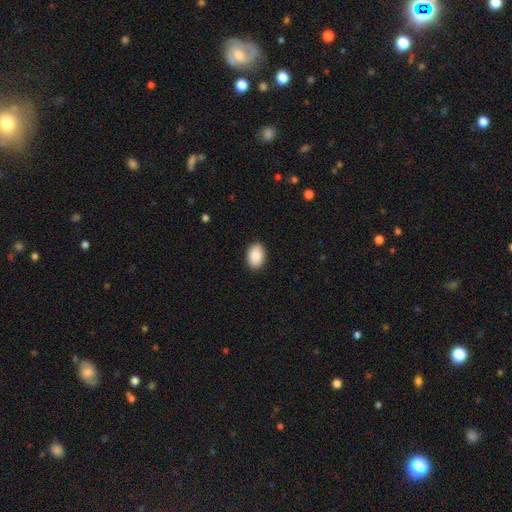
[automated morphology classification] A smooth galaxy with no disk features (90%) that is in between round and cigar-shaped (87%). Merging: none (90%).